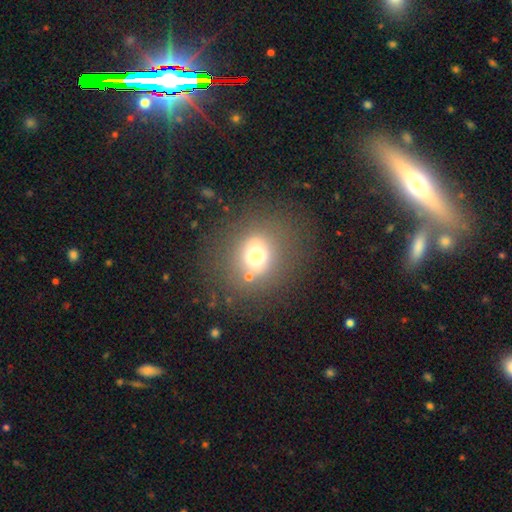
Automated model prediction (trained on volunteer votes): A smooth galaxy with no disk features (66%) that is round (84%). Merging: none (77%).